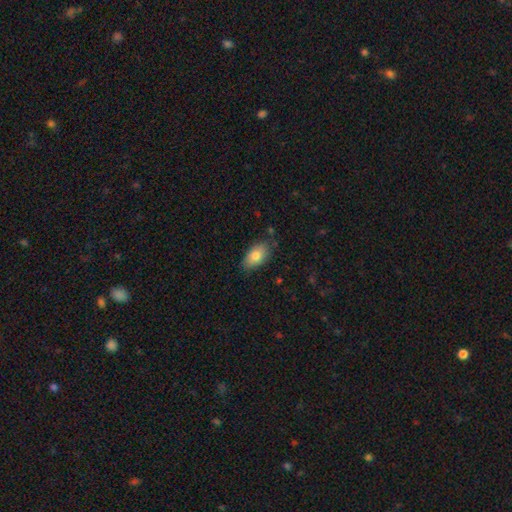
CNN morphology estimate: smooth_or_featured: smooth (p=0.79) [alt: featured or disk p=0.14]
how_rounded: in between (p=0.92) [alt: round p=0.05]
merging: none (p=0.78) [alt: minor disturbance p=0.17]